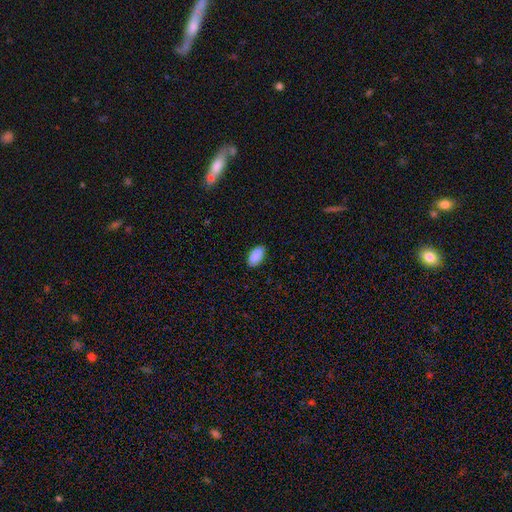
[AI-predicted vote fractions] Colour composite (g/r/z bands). It shows a smooth galaxy with no disk features (90%) that is in between round and cigar-shaped (95%). Merging: none (88%).